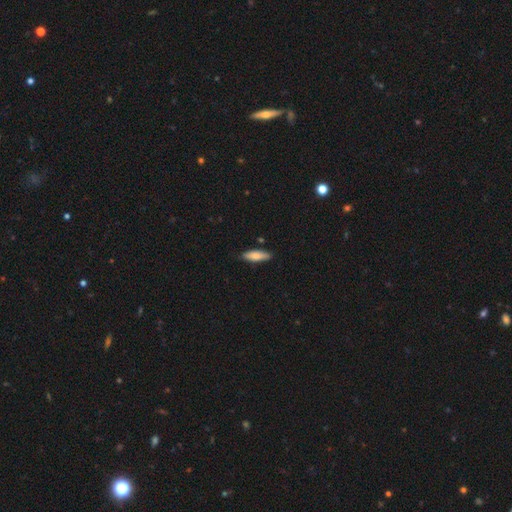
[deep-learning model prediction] smooth-or-featured: smooth: 81% | featured or disk: 14% | star or artifact: 6%
  how-rounded: in between: 50% | cigar-shaped: 49% | round: 2%
  merging: none: 83% | minor disturbance: 14% | major disturbance: 2% | merger: 2%